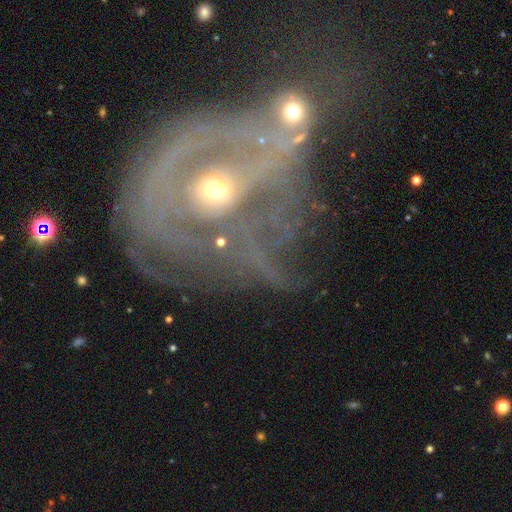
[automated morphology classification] Smooth or featured? Predicted: featured or disk (p=0.78). Edge-on disk? Predicted: no (p=0.96). Bar? Predicted: no (p=0.72). Spiral arms? Predicted: yes (p=0.68). Spiral winding? Predicted: tight (p=0.52). Spiral arm count? Predicted: can't tell (p=0.42). Bulge size? Predicted: moderate (p=0.49). Merging? Predicted: none (p=0.33).